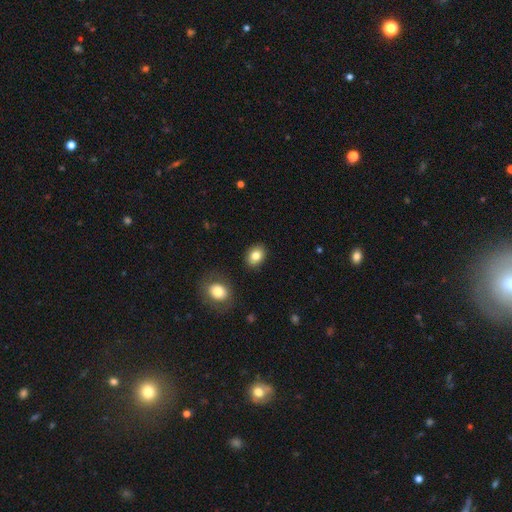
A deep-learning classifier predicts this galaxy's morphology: smooth_or_featured: smooth (p=0.82) [alt: star or artifact p=0.09]
how_rounded: in between (p=0.65) [alt: round p=0.34]
merging: none (p=0.87) [alt: minor disturbance p=0.08]